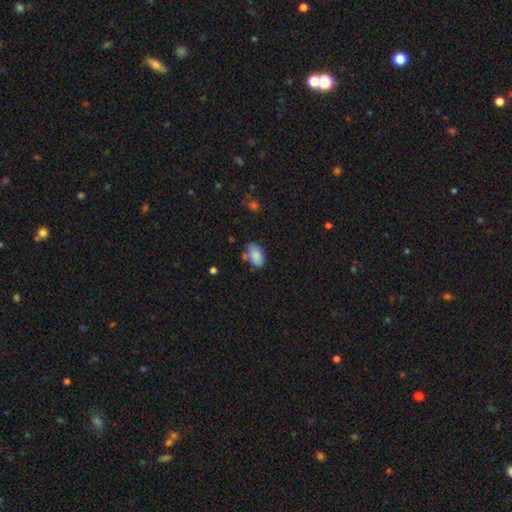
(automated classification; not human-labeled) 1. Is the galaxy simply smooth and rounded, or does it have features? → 85% smooth, 7% featured or disk, 7% star or artifact.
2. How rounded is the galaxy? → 93% in between, 6% round, 2% cigar-shaped.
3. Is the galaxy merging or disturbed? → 65% none, 21% minor disturbance, 9% merger, 5% major disturbance.